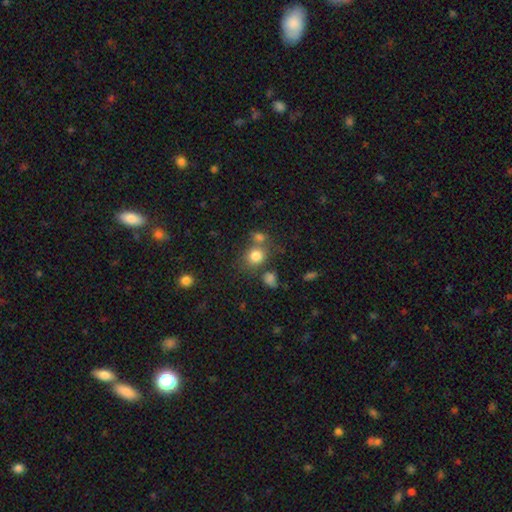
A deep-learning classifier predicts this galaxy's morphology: smooth-or-featured: smooth: 80% | star or artifact: 12% | featured or disk: 8%
  how-rounded: round: 77% | in between: 22% | cigar-shaped: 1%
  merging: none: 58% | merger: 25% | minor disturbance: 11% | major disturbance: 6%